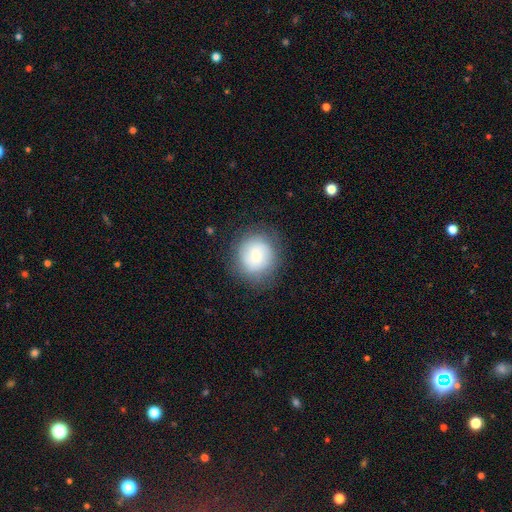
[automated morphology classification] smooth 66%, featured or disk 26%, star or artifact 9%. Down the decision tree: how rounded — round (89%); merging — none (80%).